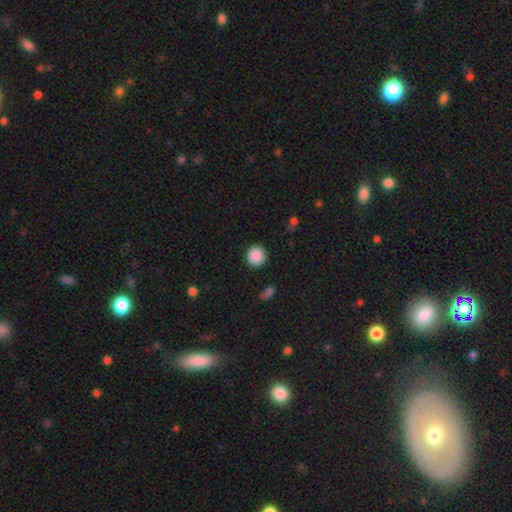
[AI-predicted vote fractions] smooth-or-featured: smooth: 89% | star or artifact: 8% | featured or disk: 3%
  how-rounded: round: 91% | in between: 8% | cigar-shaped: 1%
  merging: none: 90% | minor disturbance: 6% | major disturbance: 2% | merger: 1%